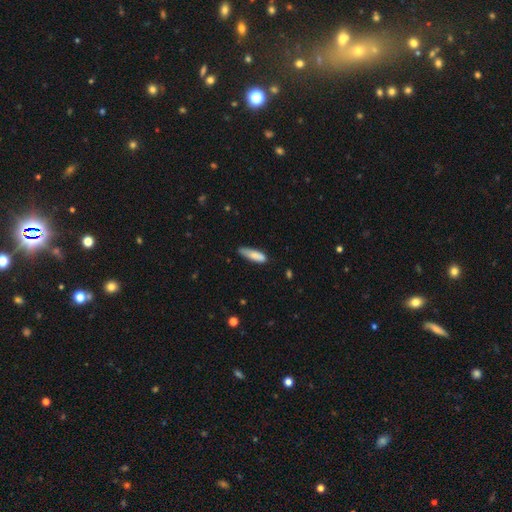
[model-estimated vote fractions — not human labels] Morphology: type=smooth (82%); roundness=cigar-shaped (67%); merging=none (64%).